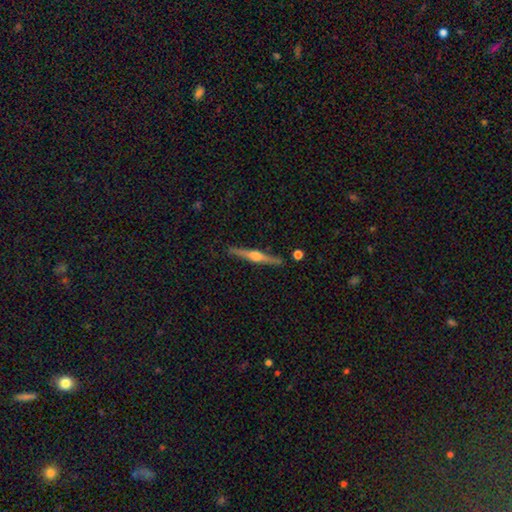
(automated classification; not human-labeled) Smooth or featured? Predicted: featured or disk (p=0.80). Edge-on disk? Predicted: yes (p=0.98). Edge-on bulge? Predicted: rounded (p=0.92). Merging? Predicted: none (p=0.90).